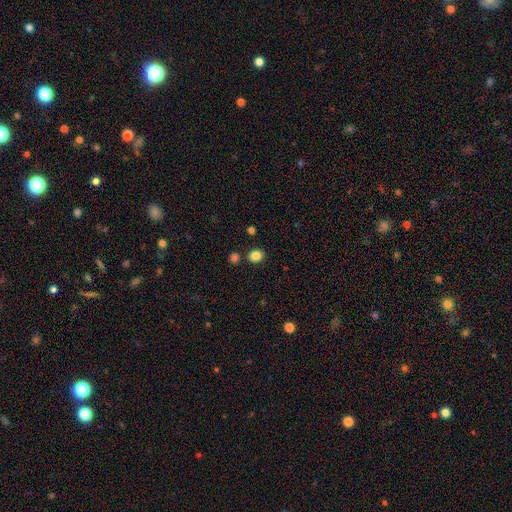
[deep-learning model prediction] Overall: smooth (85%). How rounded: round (61%; in between 38%). Merging: none (83%).